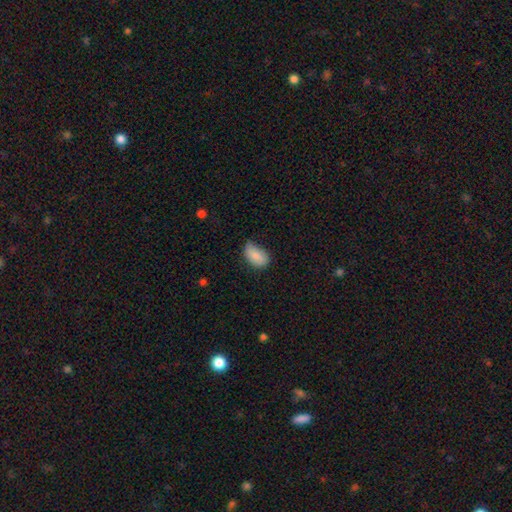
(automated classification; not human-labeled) Smooth or featured? Predicted: smooth (p=0.83). How rounded? Predicted: in between (p=0.90). Merging? Predicted: none (p=0.49).